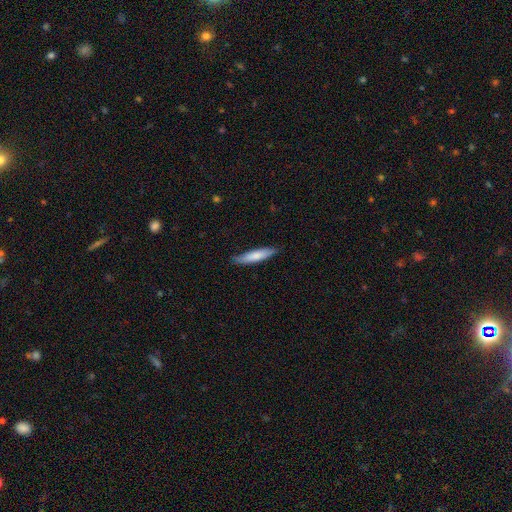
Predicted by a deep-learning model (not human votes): Smooth or featured? Predicted: smooth (p=0.75). How rounded? Predicted: cigar-shaped (p=0.82). Merging? Predicted: none (p=0.82).